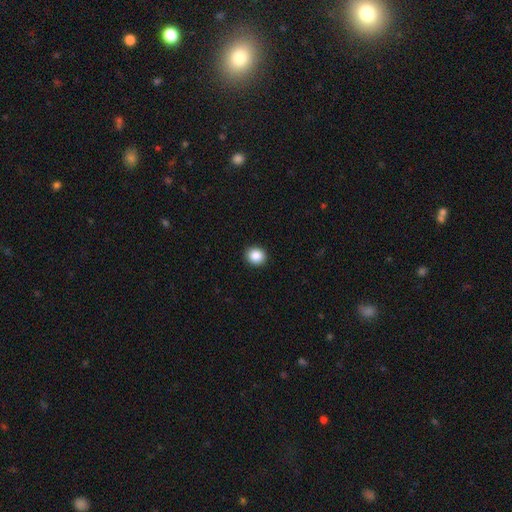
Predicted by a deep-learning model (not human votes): This is clearly a smooth galaxy (88%). How rounded: clearly round (81%). Merging: clearly none (93%).